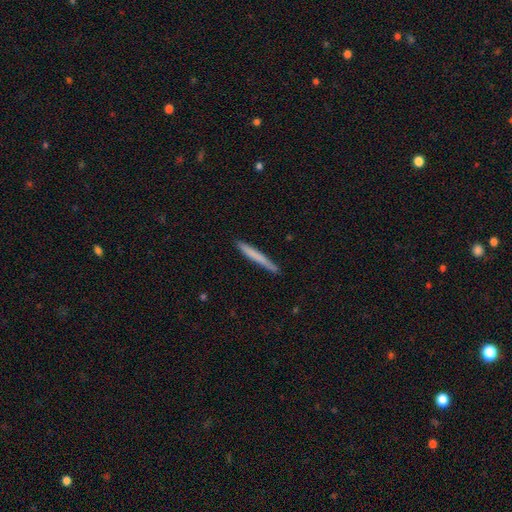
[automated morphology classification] A smooth galaxy with no disk features (69%) that is cigar-shaped (97%).

Vote fractions:
- Smooth or featured? smooth: 69% / featured or disk: 26% / star or artifact: 6%
- How rounded? cigar-shaped: 97% / in between: 2% / round: 1%
- Merging? none: 89% / minor disturbance: 9% / major disturbance: 1% / merger: 1%